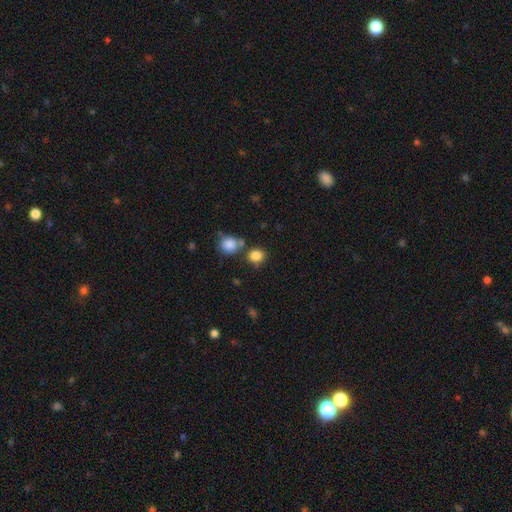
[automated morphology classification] This appears to be a smooth galaxy with no disk features (84%) that is round (78%). Merging: none (66%).